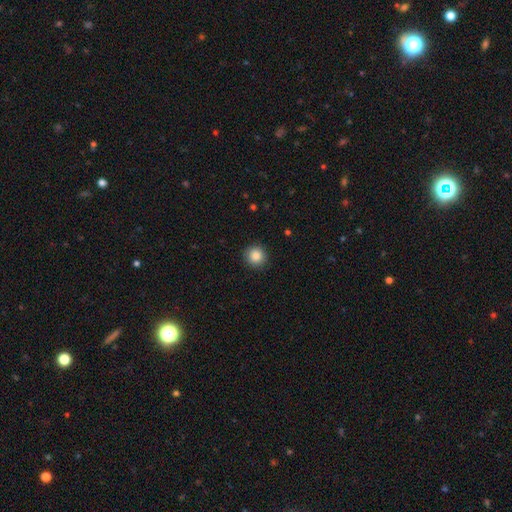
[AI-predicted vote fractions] Smooth or featured? smooth (85%)
How rounded? round (94%)
Merging? none (91%)